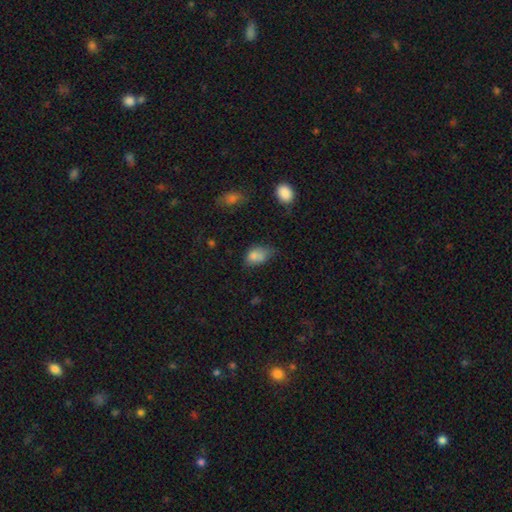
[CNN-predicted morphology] smooth_or_featured: smooth (p=0.77) [alt: star or artifact p=0.12]
how_rounded: in between (p=0.79) [alt: round p=0.19]
merging: none (p=0.36) [alt: minor disturbance p=0.34]